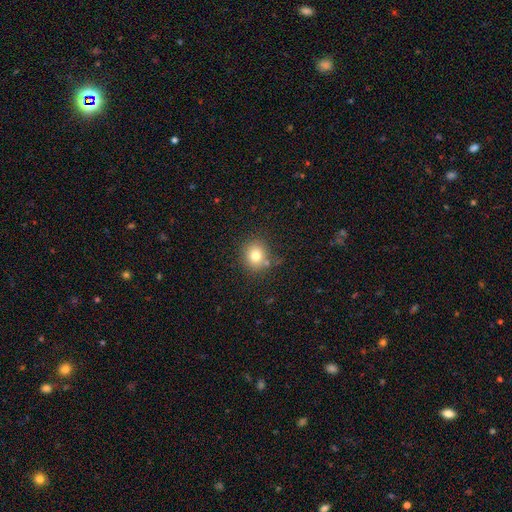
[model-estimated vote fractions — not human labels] This is likely a smooth galaxy (78%). How rounded: likely round (79%). Merging: likely none (77%).